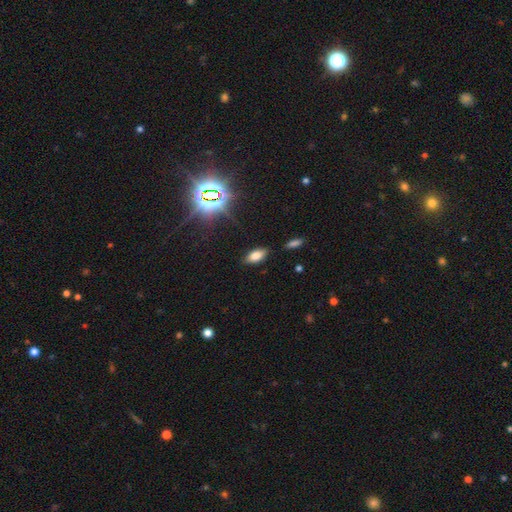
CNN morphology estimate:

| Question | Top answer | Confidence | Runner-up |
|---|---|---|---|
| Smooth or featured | smooth | 75% | star or artifact (15%) |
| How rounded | in between | 89% | cigar-shaped (7%) |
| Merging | none | 84% | minor disturbance (12%) |